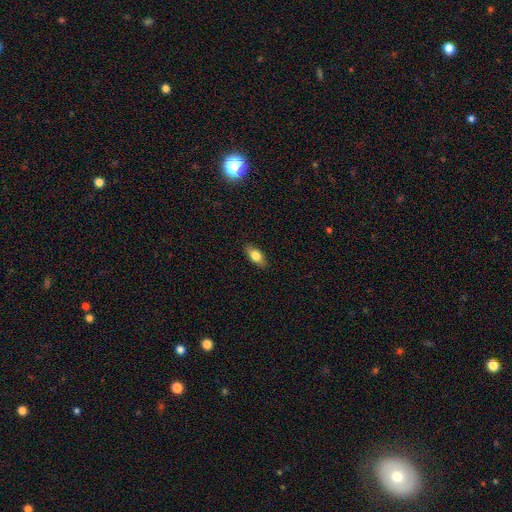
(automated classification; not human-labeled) Overall: smooth (77%). How rounded: in between (84%). Merging: none (87%).